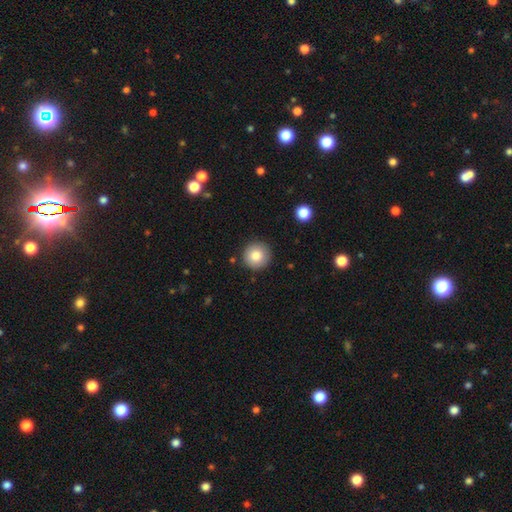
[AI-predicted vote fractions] smooth-or-featured: smooth: 83% | star or artifact: 9% | featured or disk: 9%
  how-rounded: round: 96% | in between: 3% | cigar-shaped: 1%
  merging: none: 90% | minor disturbance: 7% | major disturbance: 2% | merger: 1%